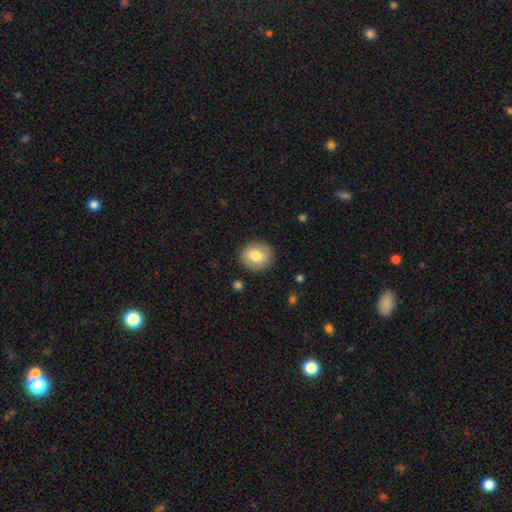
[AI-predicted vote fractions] smooth 71%, featured or disk 22%, star or artifact 7%. Down the decision tree: how rounded — round (74%); merging — none (87%).